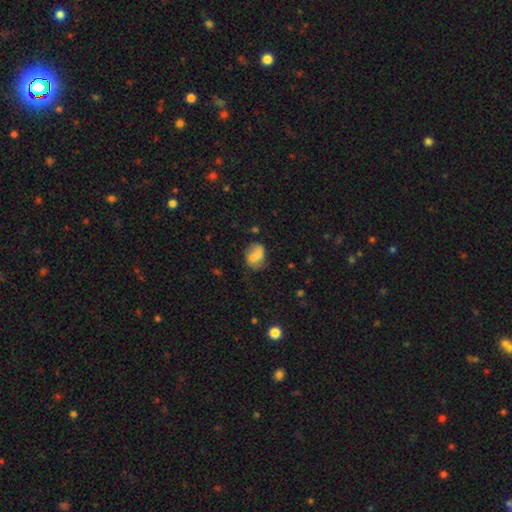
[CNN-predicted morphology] Smooth or featured? Predicted: smooth (p=0.67). How rounded? Predicted: in between (p=0.57). Merging? Predicted: none (p=0.40).